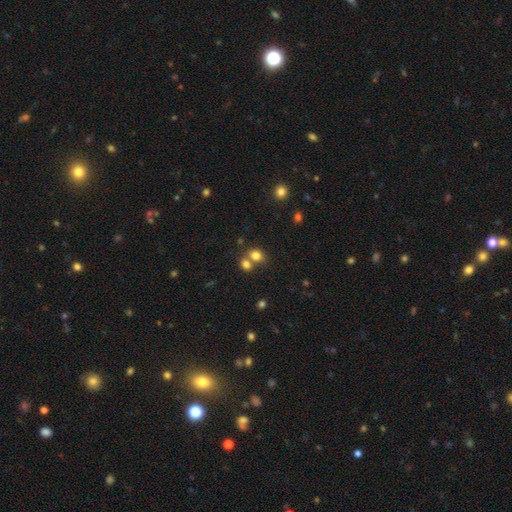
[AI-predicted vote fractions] Smooth or featured: smooth — 79% (star or artifact — 13%)
How rounded: round — 56% (in between — 43%)
Merging: none — 45% (merger — 43%)